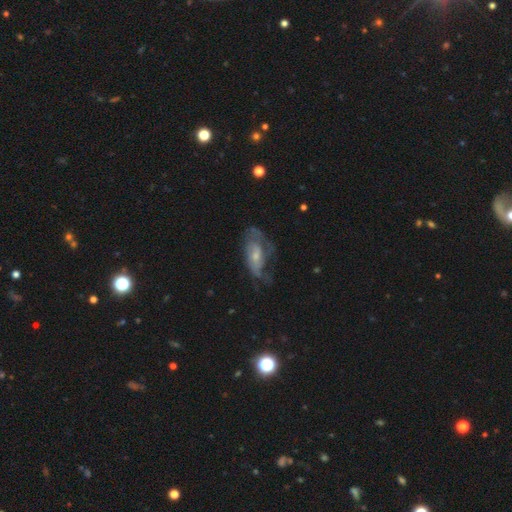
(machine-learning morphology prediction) Smooth or featured?
  - featured or disk: 63% *
  - smooth: 30%
  - star or artifact: 8%
Edge-on disk?
  - no: 91% *
  - yes: 9%
Bar?
  - no: 63% *
  - weak: 30%
  - strong: 7%
Spiral arms?
  - yes: 69% *
  - no: 31%
Bulge size?
  - small: 55% *
  - moderate: 36%
  - none: 5%
  - large: 3%
  - dominant: 1%
Merging?
  - none: 40% *
  - major disturbance: 31%
  - minor disturbance: 27%
  - merger: 2%